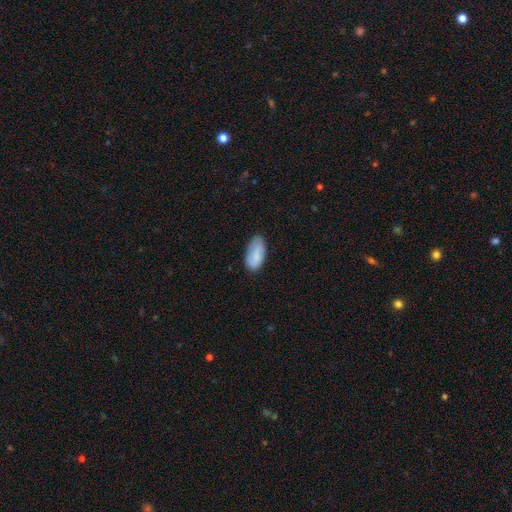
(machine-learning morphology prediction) Q: Smooth or featured?
A: smooth (83%); runner-up: featured or disk (10%)
Q: How rounded?
A: in between (93%); runner-up: cigar-shaped (4%)
Q: Merging?
A: none (69%); runner-up: minor disturbance (24%)